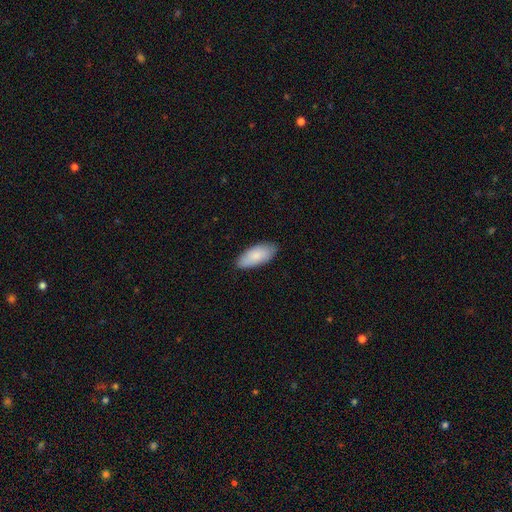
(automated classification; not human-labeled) A smooth galaxy with no disk features (85%) that is in between round and cigar-shaped (88%).

Vote fractions:
- Smooth or featured? smooth: 85% / featured or disk: 10% / star or artifact: 5%
- How rounded? in between: 88% / cigar-shaped: 11% / round: 2%
- Merging? none: 84% / minor disturbance: 13% / major disturbance: 2% / merger: 1%